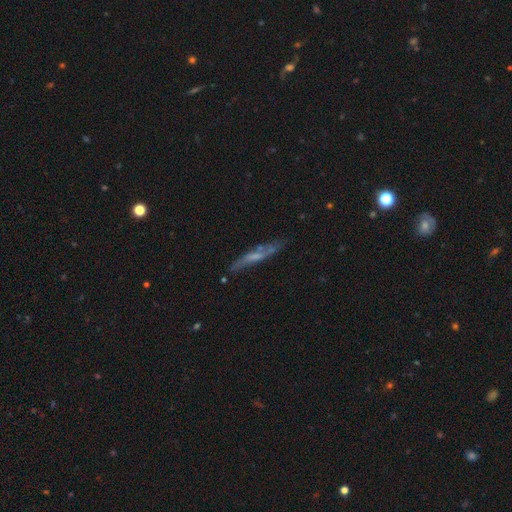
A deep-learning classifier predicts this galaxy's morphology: Smooth or featured? featured or disk (58%)
Edge-on disk? yes (61%)
Merging? none (67%)